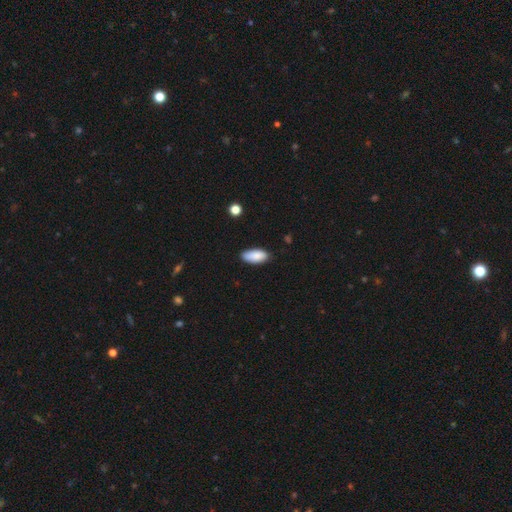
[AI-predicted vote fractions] This appears to be a smooth galaxy with no disk features (88%) that is in between round and cigar-shaped (88%). Merging: none (82%).